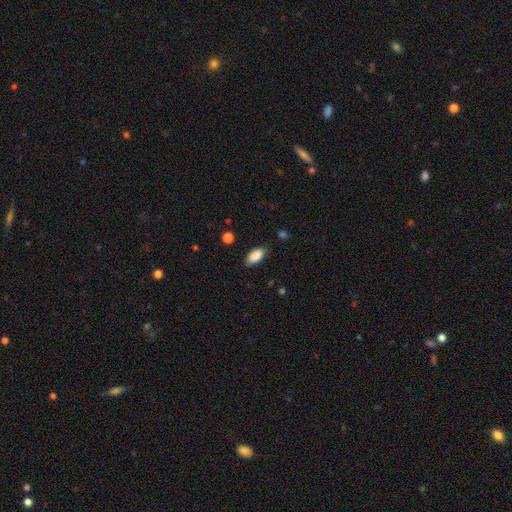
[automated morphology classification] This is clearly a smooth galaxy (88%). How rounded: clearly in between (92%). Merging: clearly none (86%).